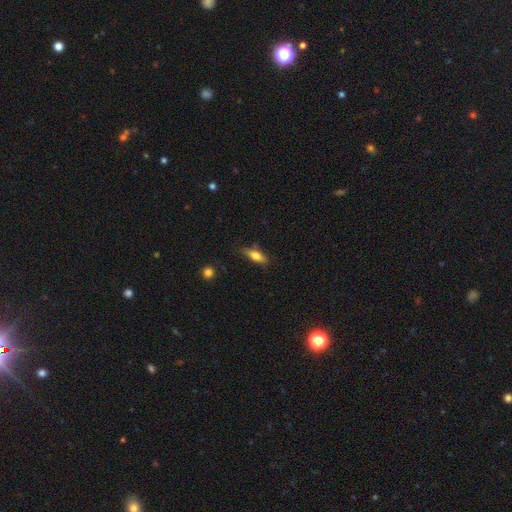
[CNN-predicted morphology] Smooth or featured? Predicted: smooth (p=0.72). How rounded? Predicted: in between (p=0.65). Merging? Predicted: none (p=0.73).